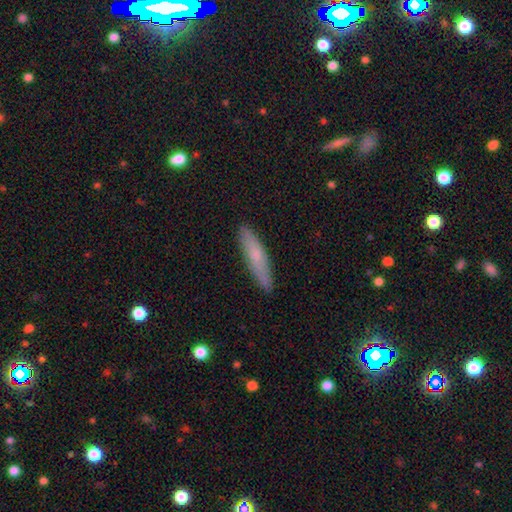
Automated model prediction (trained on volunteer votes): A smooth galaxy with no disk features (65%) that is cigar-shaped (85%). Merging: none (88%).